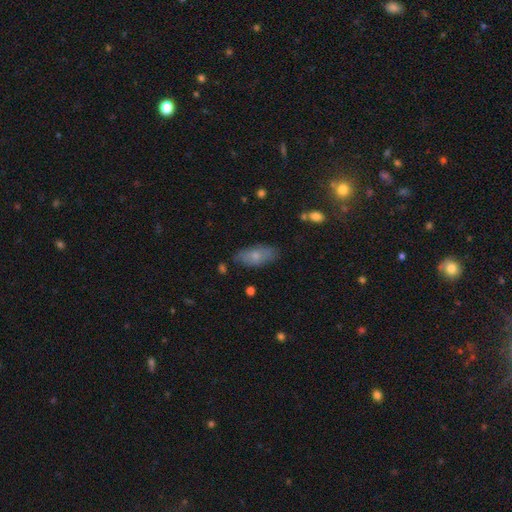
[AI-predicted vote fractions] A smooth galaxy with no disk features (69%) that is in between round and cigar-shaped (86%).

Vote fractions:
- Smooth or featured? smooth: 69% / featured or disk: 23% / star or artifact: 7%
- How rounded? in between: 86% / cigar-shaped: 11% / round: 3%
- Merging? none: 76% / minor disturbance: 18% / major disturbance: 4% / merger: 2%